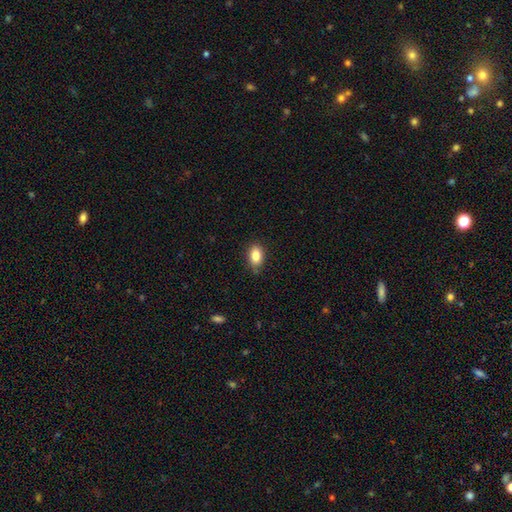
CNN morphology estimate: Smooth or featured?
  - smooth: 84% *
  - star or artifact: 8%
  - featured or disk: 7%
How rounded?
  - in between: 86% *
  - round: 12%
  - cigar-shaped: 2%
Merging?
  - none: 82% *
  - minor disturbance: 14%
  - major disturbance: 3%
  - merger: 1%